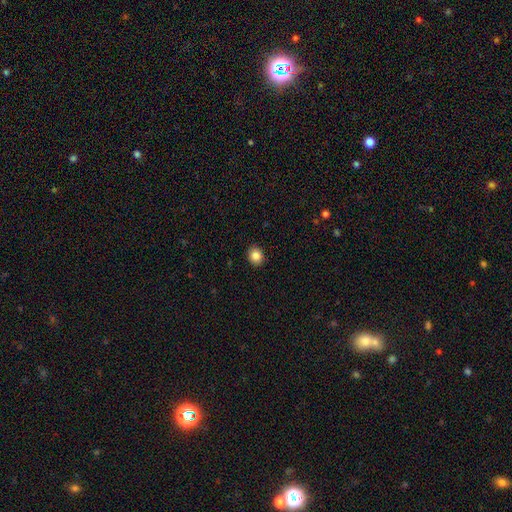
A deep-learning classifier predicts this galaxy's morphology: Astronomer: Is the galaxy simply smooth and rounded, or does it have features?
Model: smooth — 85%.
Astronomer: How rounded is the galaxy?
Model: round — 66%.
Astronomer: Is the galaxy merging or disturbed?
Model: none — 92%.